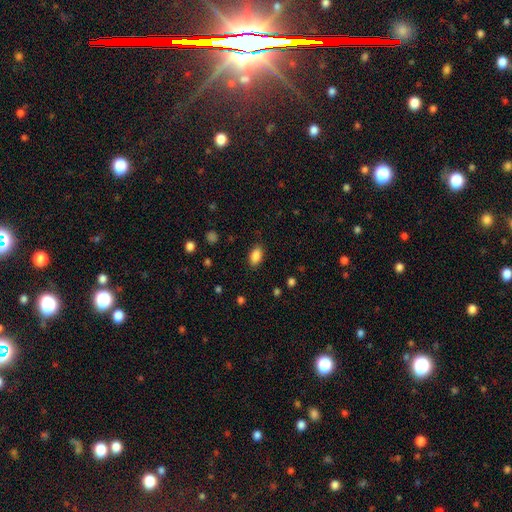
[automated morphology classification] Smooth or featured? Predicted: smooth (p=0.87). How rounded? Predicted: in between (p=0.91). Merging? Predicted: none (p=0.85).